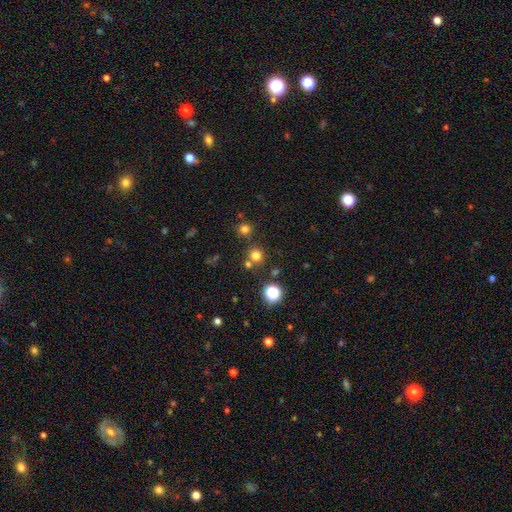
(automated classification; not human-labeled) Smooth or featured? smooth (72%)
How rounded? round (92%)
Merging? none (75%)